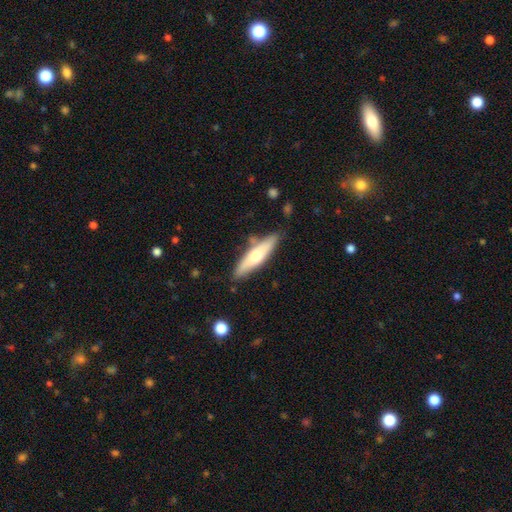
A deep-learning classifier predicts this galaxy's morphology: Overall: smooth (53%; featured or disk 41%). How rounded: cigar-shaped (71%). Merging: none (81%).